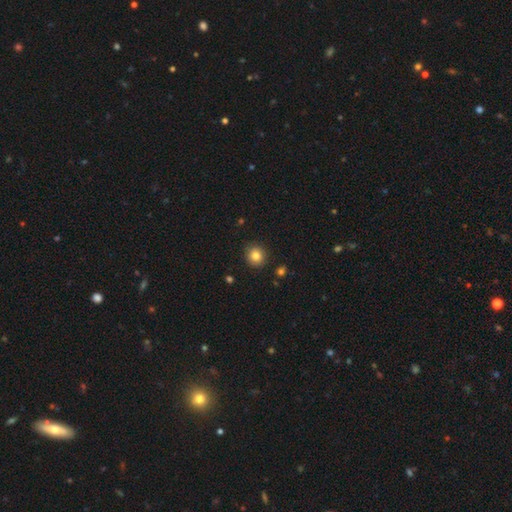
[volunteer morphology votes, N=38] Q: Smooth or featured?
A: smooth (84%); runner-up: featured or disk (13%)
Q: How rounded?
A: round (91%); runner-up: in between (9%)
Q: Merging?
A: none (78%); runner-up: minor disturbance (11%)